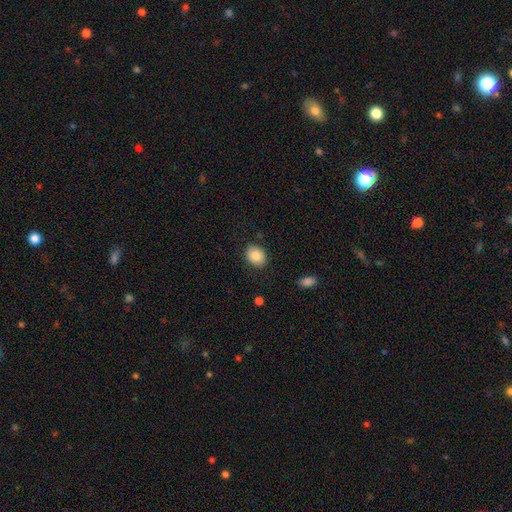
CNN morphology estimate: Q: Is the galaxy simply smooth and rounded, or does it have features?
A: smooth — 84%.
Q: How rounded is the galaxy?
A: in between — 51%.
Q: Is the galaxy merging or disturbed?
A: none — 87%.